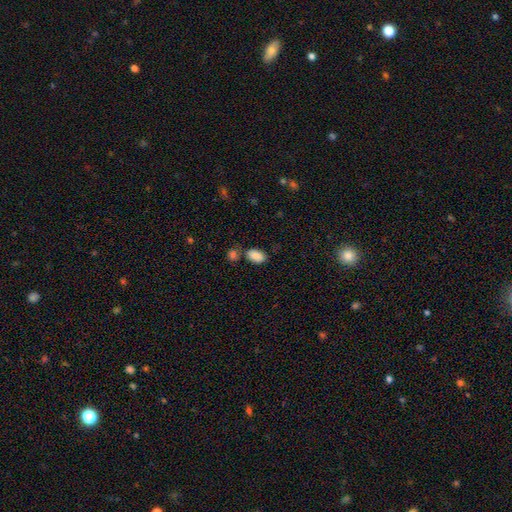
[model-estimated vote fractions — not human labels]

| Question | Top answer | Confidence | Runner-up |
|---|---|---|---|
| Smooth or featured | smooth | 87% | star or artifact (8%) |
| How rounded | in between | 92% | round (6%) |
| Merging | none | 66% | merger (16%) |